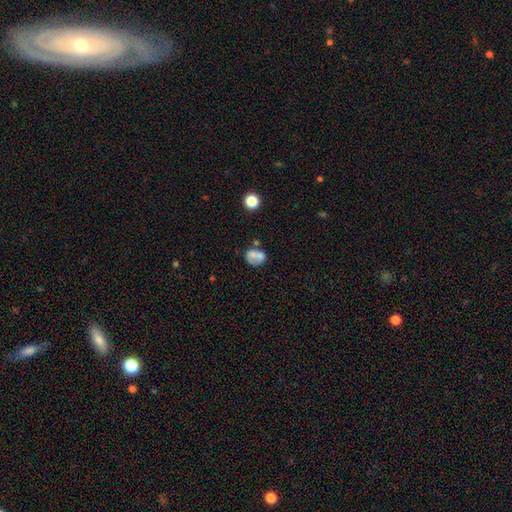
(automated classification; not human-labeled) This appears to be a smooth galaxy with no disk features (60%) that is round (51%). Merging: none (41%).